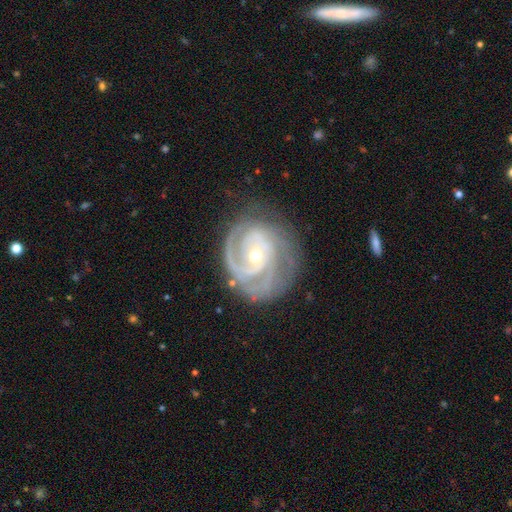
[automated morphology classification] smooth-or-featured: featured or disk: 90% | smooth: 5% | star or artifact: 5%
  disk-edge-on: no: 98% | yes: 2%
    bar: no: 67% | weak: 25% | strong: 8%
    has-spiral-arms: yes: 97% | no: 3%
      spiral-winding: tight: 67% | medium: 28% | loose: 5%
      spiral-arm-count: 2: 33% | 3: 30% | can't tell: 18% | 4: 7% | 1: 7% | more than 4: 5%
    bulge-size: small: 54% | moderate: 43% | large: 2% | none: 1% | dominant: 1%
  merging: none: 70% | minor disturbance: 18% | major disturbance: 10% | merger: 2%